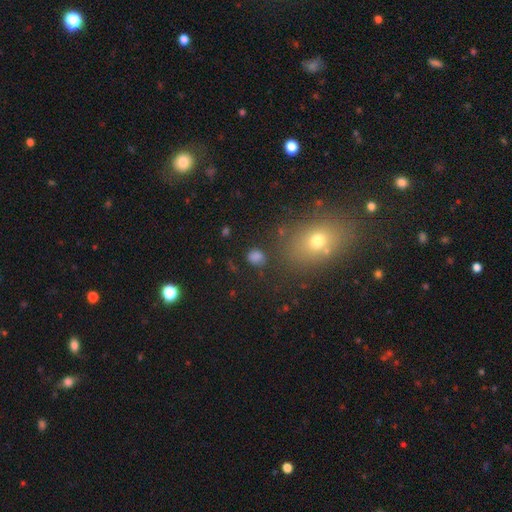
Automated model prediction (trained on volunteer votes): The model was most divided on "how rounded": round: 57%, in between: 41%, cigar-shaped: 2%. More confident: merging — none (78%); smooth or featured — smooth (66%).